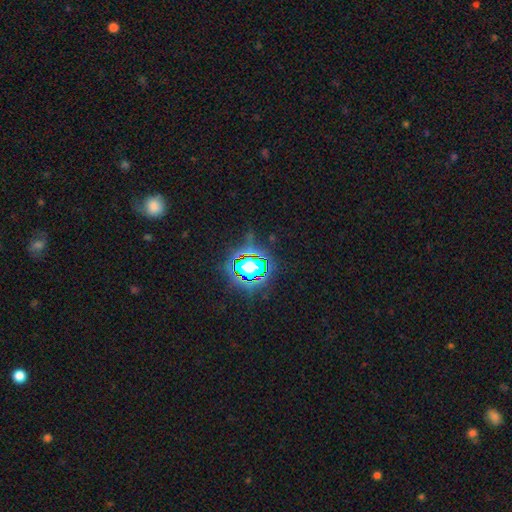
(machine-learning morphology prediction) type=star or artifact (81%).